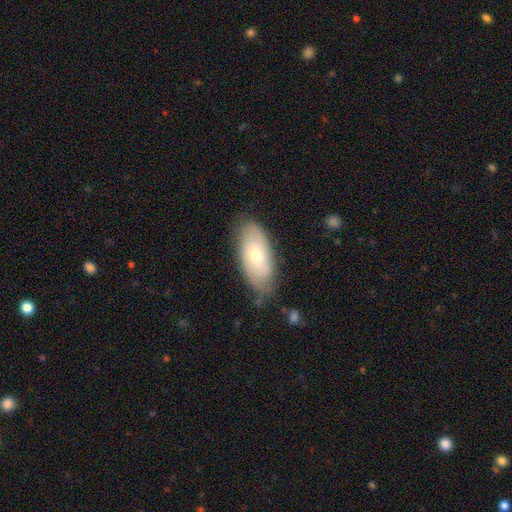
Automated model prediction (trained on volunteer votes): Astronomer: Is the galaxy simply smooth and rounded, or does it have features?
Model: smooth — 50% (runner-up: featured or disk, 44%).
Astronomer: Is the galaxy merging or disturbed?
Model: none — 72%.